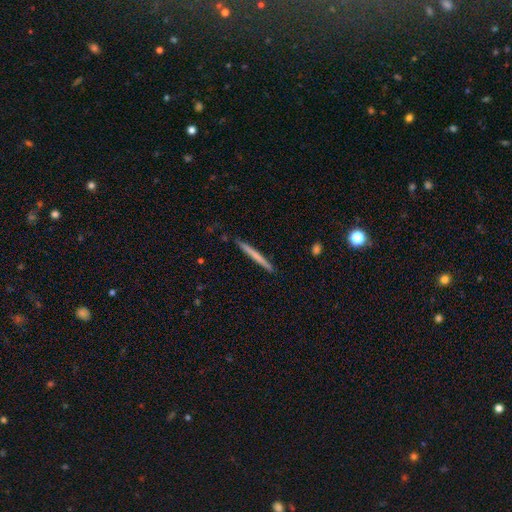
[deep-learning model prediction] The model was most divided on "smooth or featured": smooth: 57%, featured or disk: 38%, star or artifact: 5%. More confident: how rounded — cigar-shaped (97%); merging — none (91%).